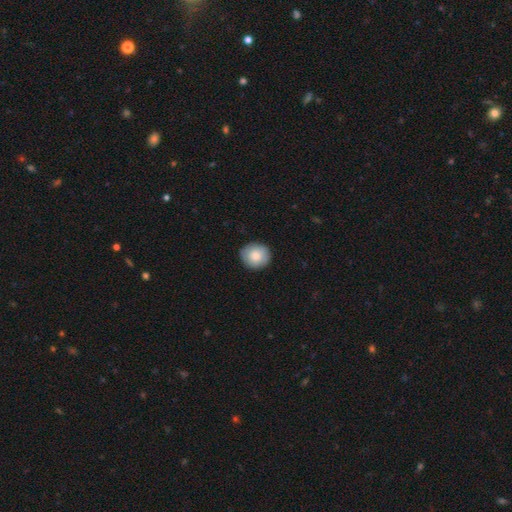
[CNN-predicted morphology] smooth_or_featured: smooth (p=0.80) [alt: featured or disk p=0.13]
how_rounded: round (p=0.84) [alt: in between p=0.15]
merging: none (p=0.87) [alt: minor disturbance p=0.10]